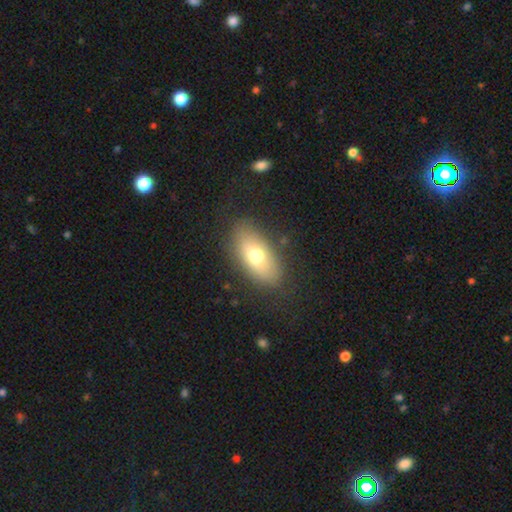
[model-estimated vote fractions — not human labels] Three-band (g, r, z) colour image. It shows a smooth galaxy with no disk features (69%) that is in between round and cigar-shaped (88%). Merging: none (82%).